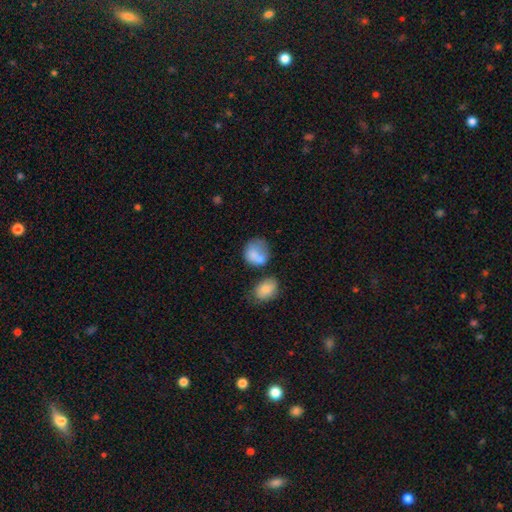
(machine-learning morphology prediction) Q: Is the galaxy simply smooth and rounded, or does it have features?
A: smooth — 77%.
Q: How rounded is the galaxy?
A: round — 61%.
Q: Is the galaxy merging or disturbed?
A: none — 36%.